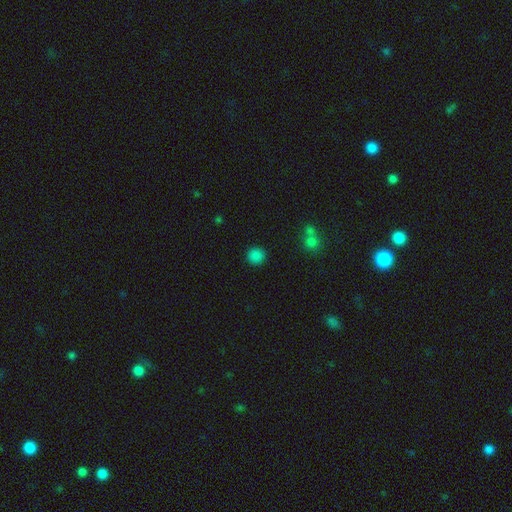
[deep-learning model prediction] This appears to be a smooth galaxy with no disk features (85%) that is round (90%). Merging: none (89%).